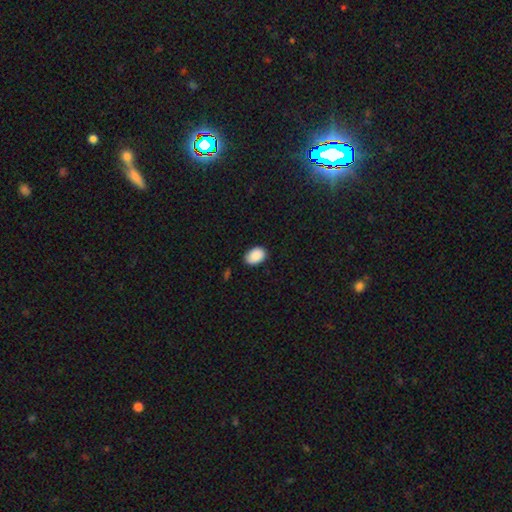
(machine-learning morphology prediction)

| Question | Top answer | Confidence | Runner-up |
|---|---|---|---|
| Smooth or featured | smooth | 89% | star or artifact (7%) |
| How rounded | in between | 83% | round (16%) |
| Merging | none | 83% | minor disturbance (14%) |